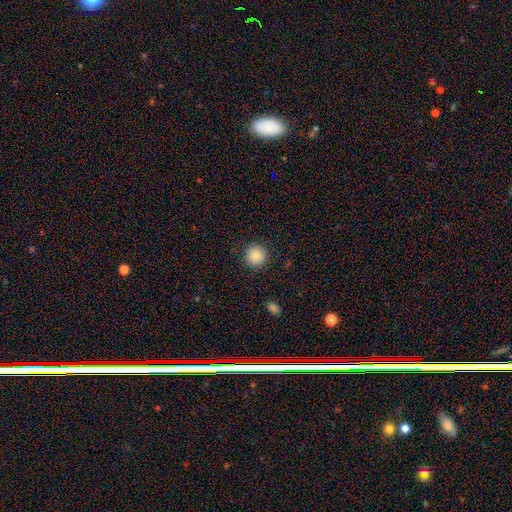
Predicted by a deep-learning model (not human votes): smooth-or-featured: smooth: 87% | star or artifact: 9% | featured or disk: 4%
  how-rounded: round: 94% | in between: 5% | cigar-shaped: 1%
  merging: none: 91% | minor disturbance: 6% | major disturbance: 2% | merger: 1%